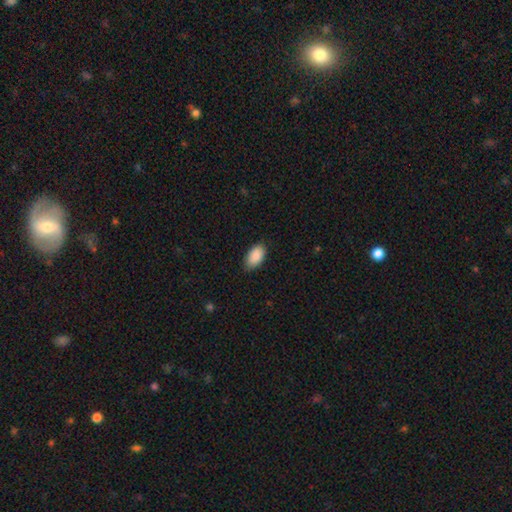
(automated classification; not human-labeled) A smooth galaxy with no disk features (90%) that is in between round and cigar-shaped (95%). Merging: none (84%).